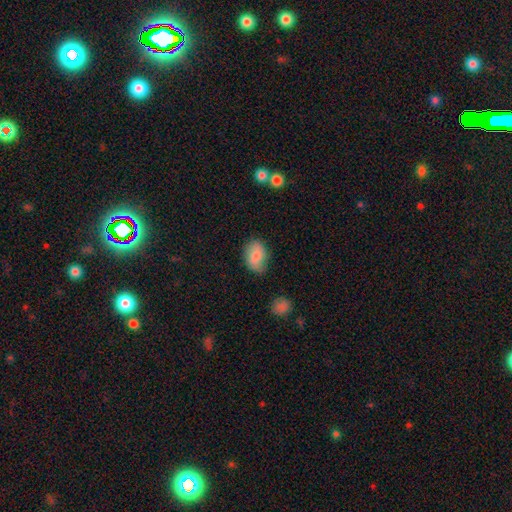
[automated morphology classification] type=smooth (80%); roundness=in between (84%); merging=none (73%).